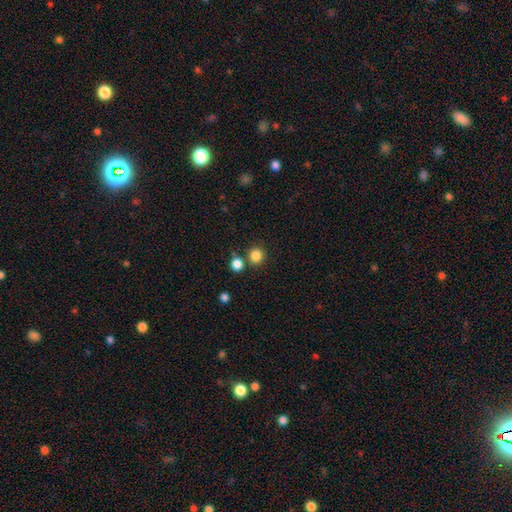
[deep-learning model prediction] Smooth or featured? Predicted: smooth (p=0.84). How rounded? Predicted: round (p=0.90). Merging? Predicted: none (p=0.80).